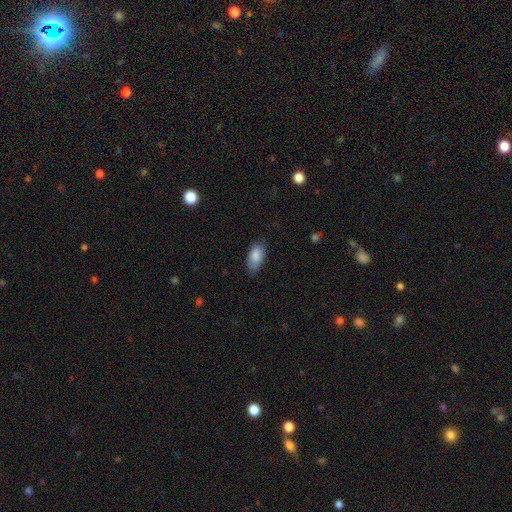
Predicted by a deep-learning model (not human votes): This is clearly a smooth galaxy (84%). How rounded: clearly in between (91%). Merging: likely none (74%).